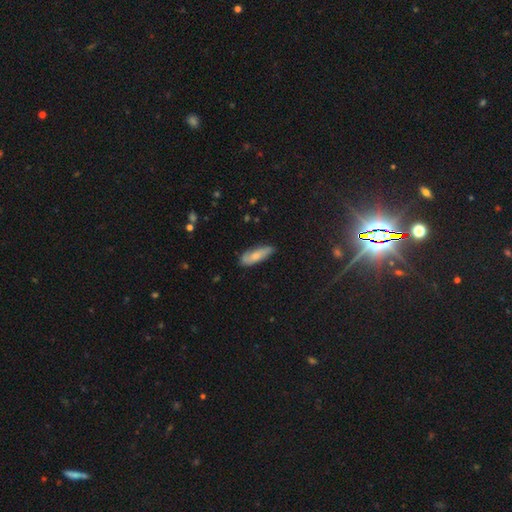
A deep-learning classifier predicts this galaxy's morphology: type=smooth (68%); roundness=in between (52%); merging=none (68%).